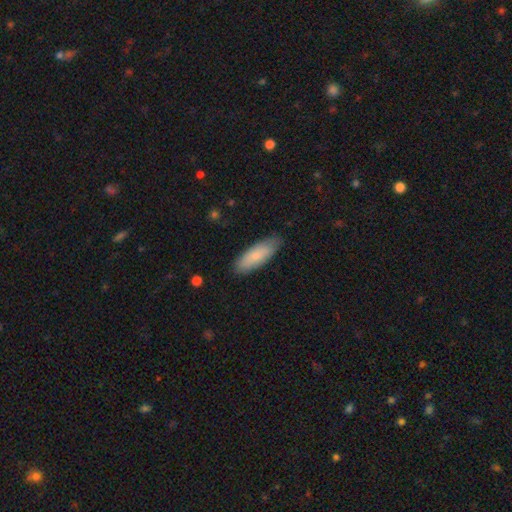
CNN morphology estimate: Smooth or featured? smooth (79%)
How rounded? in between (63%)
Merging? none (81%)